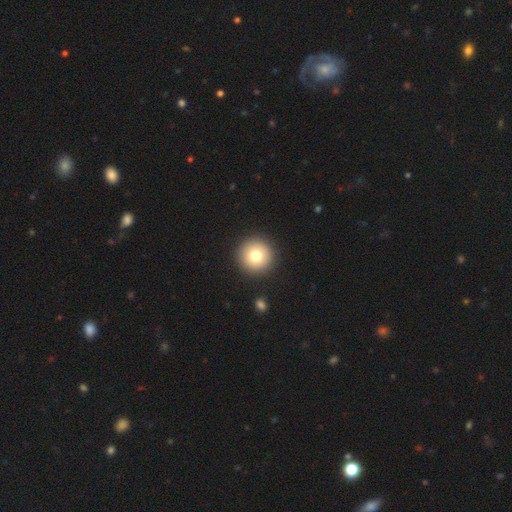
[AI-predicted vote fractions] Smooth or featured? Predicted: smooth (p=0.76). How rounded? Predicted: round (p=0.96). Merging? Predicted: none (p=0.92).